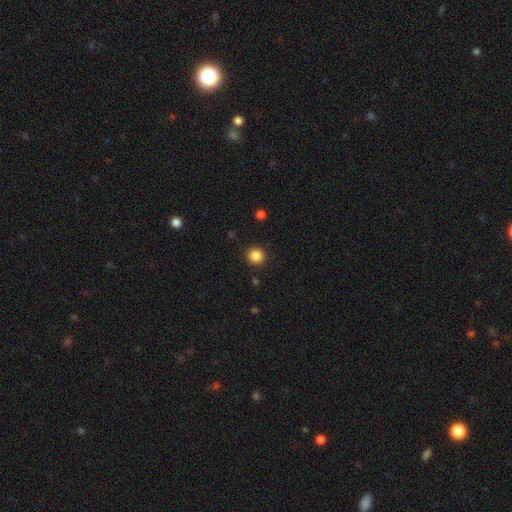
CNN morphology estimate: Smooth or featured? Predicted: smooth (p=0.86). How rounded? Predicted: round (p=0.93). Merging? Predicted: none (p=0.92).